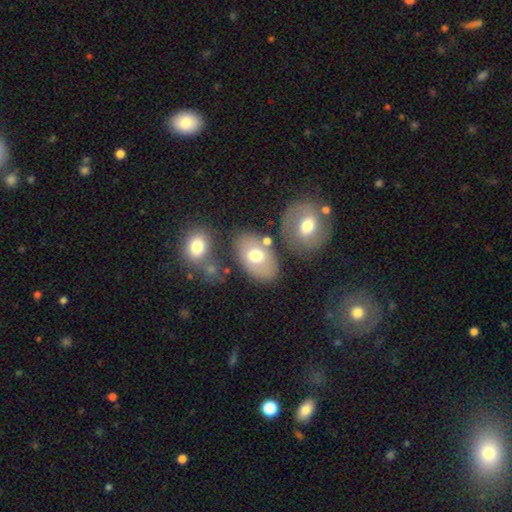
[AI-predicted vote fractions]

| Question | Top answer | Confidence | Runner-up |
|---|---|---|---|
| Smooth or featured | smooth | 63% | featured or disk (29%) |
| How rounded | in between | 83% | round (16%) |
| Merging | none | 67% | merger (14%) |